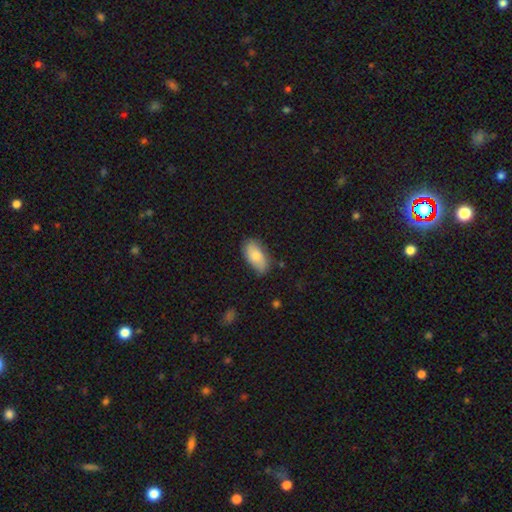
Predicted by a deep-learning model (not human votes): The model was most divided on "merging": none: 76%, minor disturbance: 20%, major disturbance: 3%, merger: 2%. More confident: how rounded — in between (91%); smooth or featured — smooth (77%).